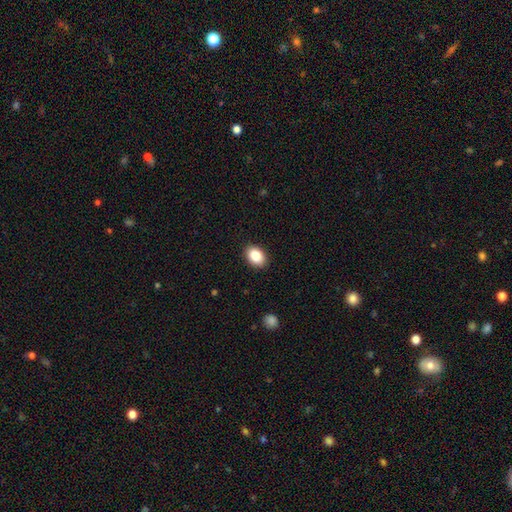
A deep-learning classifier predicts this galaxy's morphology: Smooth or featured? smooth (87%)
How rounded? in between (81%)
Merging? none (90%)